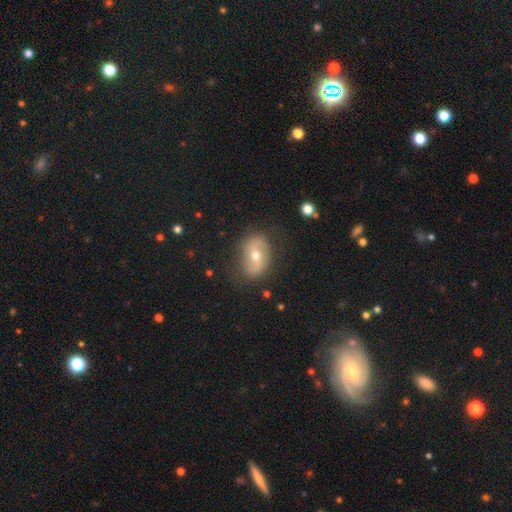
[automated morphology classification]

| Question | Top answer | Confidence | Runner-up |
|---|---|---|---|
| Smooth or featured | featured or disk | 64% | smooth (28%) |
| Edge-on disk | no | 95% | yes (5%) |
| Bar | no | 42% | weak (35%) |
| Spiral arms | yes | 74% | no (26%) |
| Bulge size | moderate | 68% | small (27%) |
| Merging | none | 79% | minor disturbance (15%) |